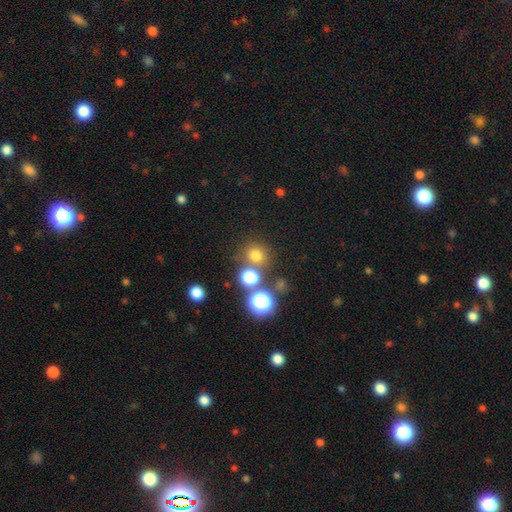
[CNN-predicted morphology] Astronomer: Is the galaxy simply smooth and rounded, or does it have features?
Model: smooth — 71%.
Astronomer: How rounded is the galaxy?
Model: round — 89%.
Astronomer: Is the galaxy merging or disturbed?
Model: none — 75%.